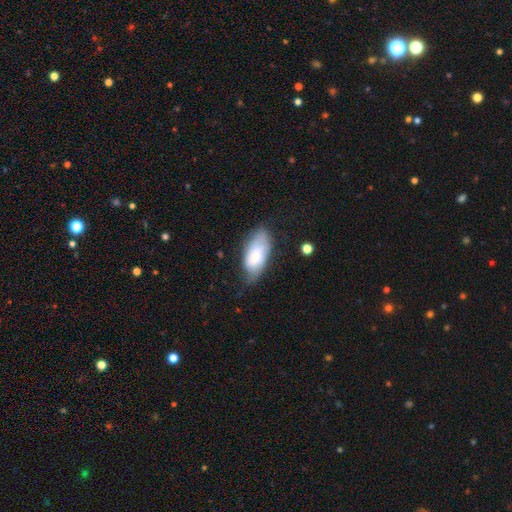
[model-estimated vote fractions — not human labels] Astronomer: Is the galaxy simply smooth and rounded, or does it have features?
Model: smooth — 69%.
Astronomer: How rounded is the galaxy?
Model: in between — 90%.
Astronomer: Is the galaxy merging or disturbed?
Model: none — 55% (runner-up: minor disturbance, 33%).